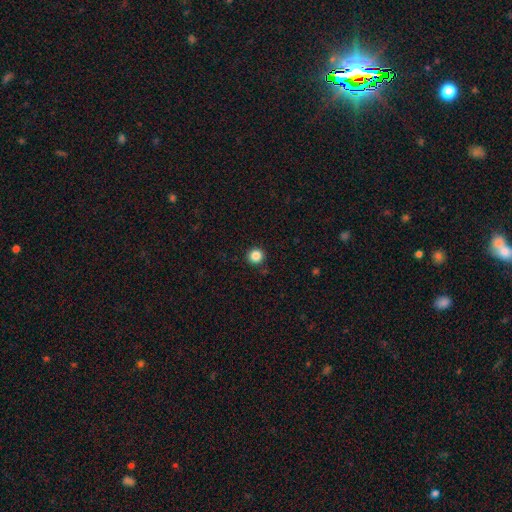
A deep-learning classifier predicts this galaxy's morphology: Smooth or featured?
  - smooth: 86% *
  - star or artifact: 11%
  - featured or disk: 3%
How rounded?
  - round: 95% *
  - in between: 4%
  - cigar-shaped: 1%
Merging?
  - none: 91% *
  - minor disturbance: 6%
  - major disturbance: 2%
  - merger: 1%